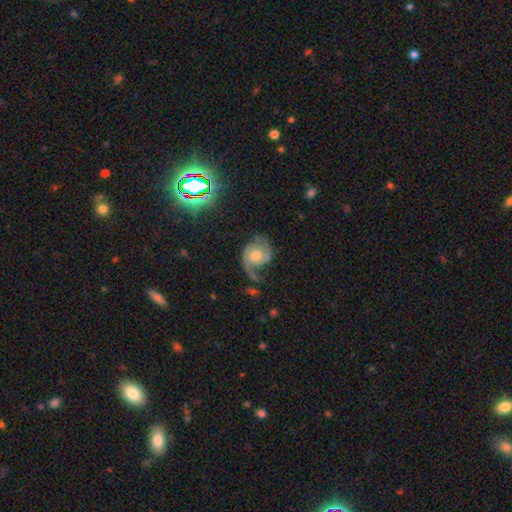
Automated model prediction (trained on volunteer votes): The model was most divided on "spiral winding": medium: 47%, loose: 33%, tight: 20%. More confident: edge-on disk — no (98%); spiral arms — yes (96%); smooth or featured — featured or disk (82%); spiral arm count — 2 (75%); bar — no (71%); bulge size — moderate (62%); merging — none (55%).